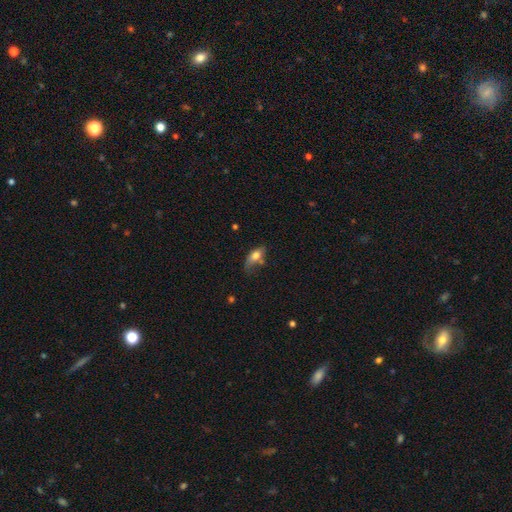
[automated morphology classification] Smooth or featured?
  - smooth: 72% *
  - featured or disk: 20%
  - star or artifact: 9%
How rounded?
  - in between: 82% *
  - cigar-shaped: 11%
  - round: 7%
Merging?
  - none: 40% *
  - minor disturbance: 31%
  - major disturbance: 18%
  - merger: 12%